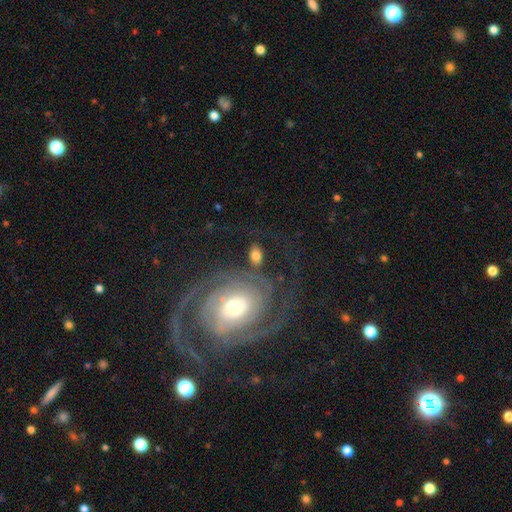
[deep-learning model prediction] A smooth galaxy with no disk features (58%) that is in between round and cigar-shaped (77%). Merging: none (62%).